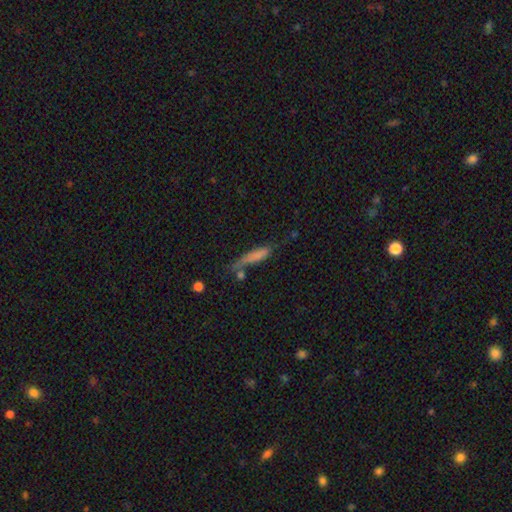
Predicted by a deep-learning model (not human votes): smooth-or-featured: smooth: 72% | featured or disk: 19% | star or artifact: 9%
  how-rounded: cigar-shaped: 76% | in between: 21% | round: 3%
  merging: none: 47% | minor disturbance: 25% | merger: 15% | major disturbance: 13%